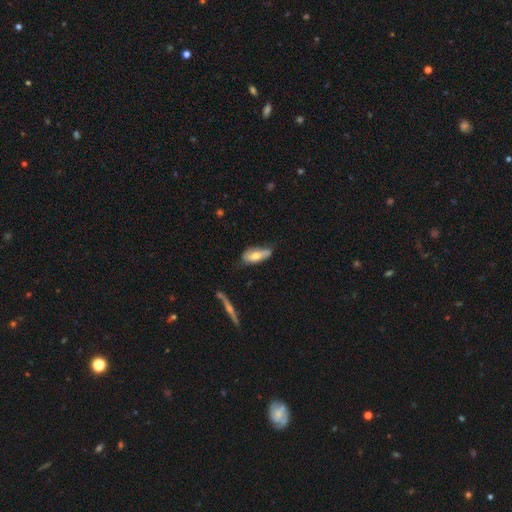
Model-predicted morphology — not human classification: smooth 57%, featured or disk 37%, star or artifact 6%. Down the decision tree: how rounded — in between (73%); merging — none (53%).